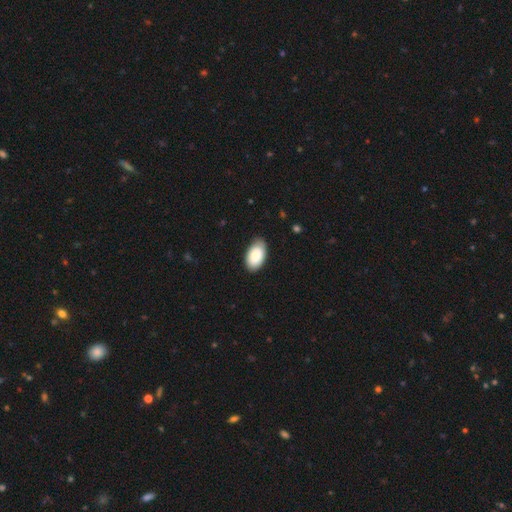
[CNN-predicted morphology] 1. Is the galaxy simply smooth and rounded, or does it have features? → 84% smooth, 10% featured or disk, 6% star or artifact.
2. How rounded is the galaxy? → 95% in between, 4% round, 1% cigar-shaped.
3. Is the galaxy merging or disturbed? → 80% none, 17% minor disturbance, 3% major disturbance, 1% merger.